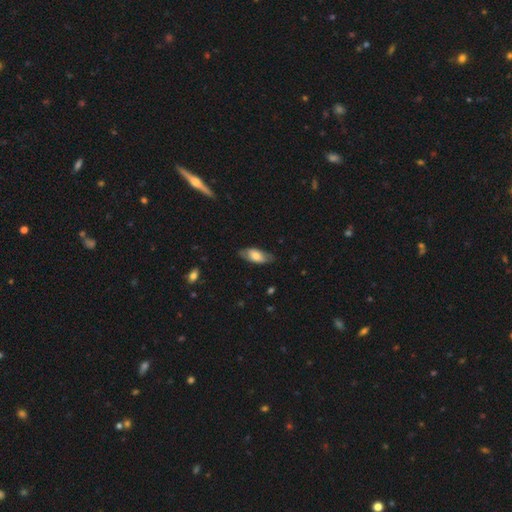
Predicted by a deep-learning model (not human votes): This is likely a smooth galaxy (67%). How rounded: clearly in between (85%). Merging: likely none (76%).